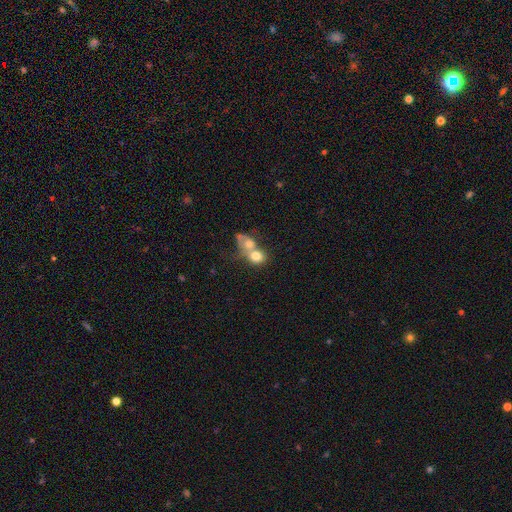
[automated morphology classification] Smooth or featured: smooth — 72% (featured or disk — 19%)
How rounded: round — 66% (in between — 33%)
Merging: merger — 69% (none — 20%)